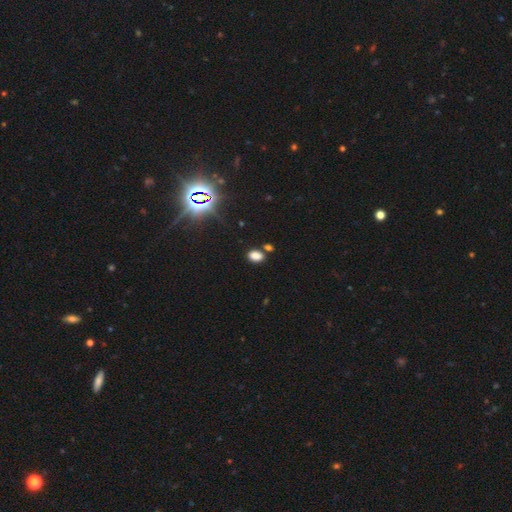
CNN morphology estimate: The model was most divided on "how rounded": in between: 79%, round: 19%, cigar-shaped: 2%. More confident: smooth or featured — smooth (79%); merging — none (74%).